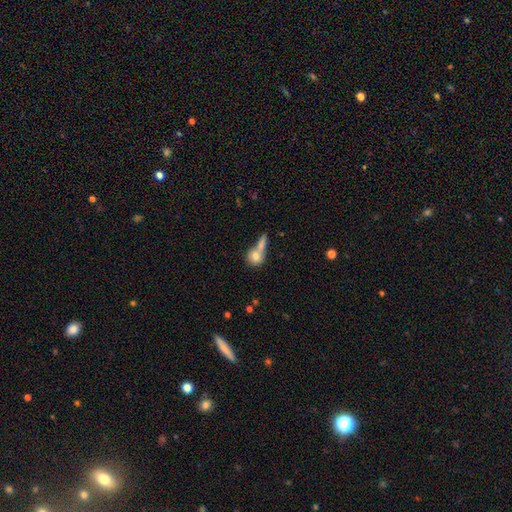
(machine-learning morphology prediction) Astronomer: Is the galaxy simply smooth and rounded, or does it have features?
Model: smooth — 74%.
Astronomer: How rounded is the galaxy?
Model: round — 66%.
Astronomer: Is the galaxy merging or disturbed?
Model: merger — 52% (runner-up: none, 33%).